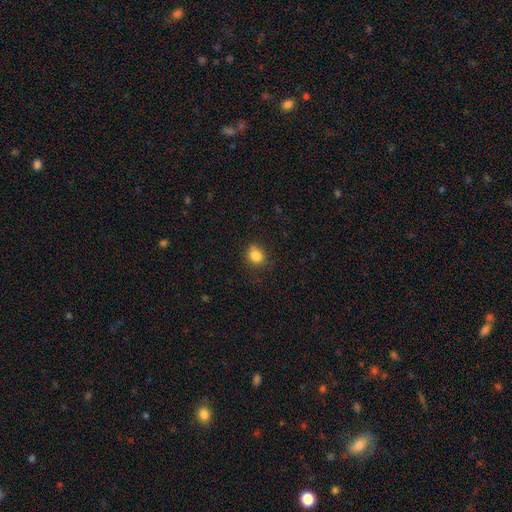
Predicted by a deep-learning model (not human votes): This appears to be a smooth galaxy with no disk features (84%) that is round (63%). Merging: none (74%).